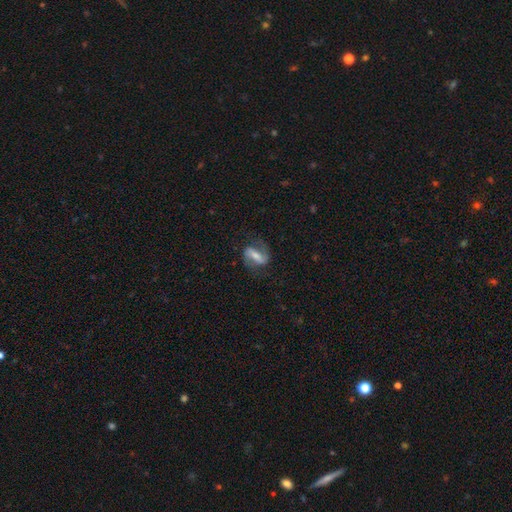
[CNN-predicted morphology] Overall: featured or disk (69%). Edge-on disk: no (93%). Bar: strong (62%; weak 25%). Spiral arms: yes (86%). Spiral arm count: 2 (88%). Spiral winding: medium (42%; loose 40%). Bulge size: moderate (43%; small 41%). Merging: none (72%).